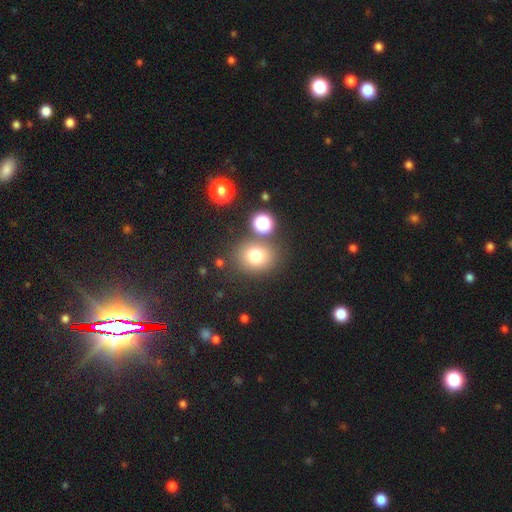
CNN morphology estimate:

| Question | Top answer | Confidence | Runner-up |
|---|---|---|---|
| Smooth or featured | smooth | 76% | star or artifact (15%) |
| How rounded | round | 64% | in between (35%) |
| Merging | none | 76% | minor disturbance (11%) |